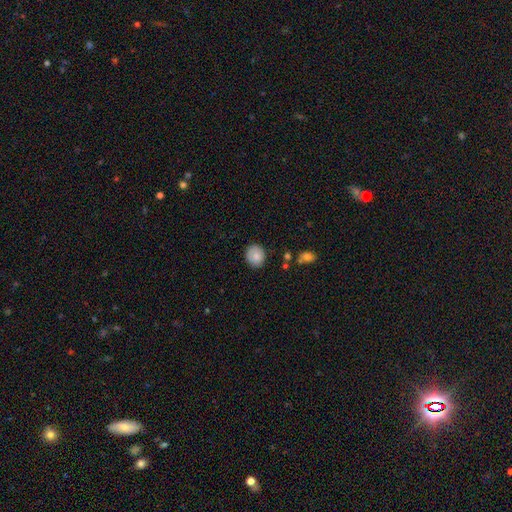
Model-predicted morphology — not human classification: smooth-or-featured: smooth: 81% | featured or disk: 11% | star or artifact: 8%
  how-rounded: round: 76% | in between: 23% | cigar-shaped: 1%
  merging: none: 82% | minor disturbance: 14% | major disturbance: 3% | merger: 2%